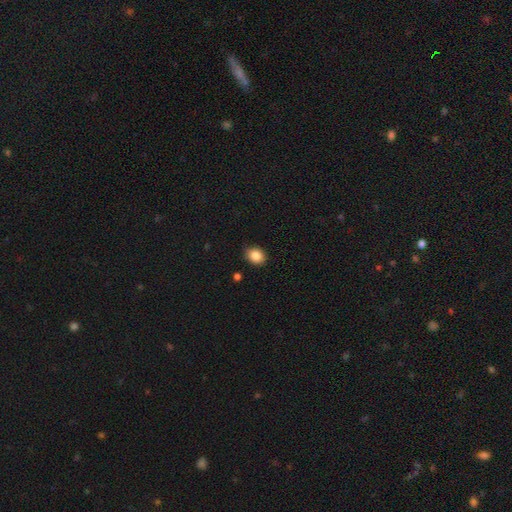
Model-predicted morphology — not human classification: Smooth or featured?
  - smooth: 86% *
  - star or artifact: 9%
  - featured or disk: 5%
How rounded?
  - in between: 56% *
  - round: 43%
  - cigar-shaped: 1%
Merging?
  - none: 86% *
  - minor disturbance: 10%
  - major disturbance: 2%
  - merger: 1%